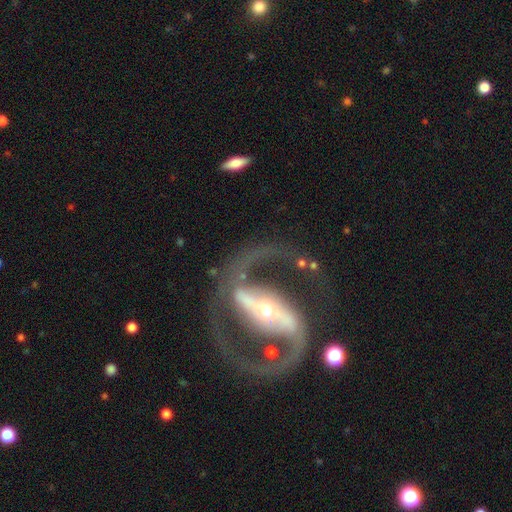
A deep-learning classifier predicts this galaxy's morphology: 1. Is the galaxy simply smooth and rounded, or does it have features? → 92% featured or disk, 4% star or artifact, 3% smooth.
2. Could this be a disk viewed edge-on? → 96% no, 4% yes.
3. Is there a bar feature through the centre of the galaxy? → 71% strong, 18% weak, 11% no.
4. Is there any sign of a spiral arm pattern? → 96% yes, 4% no.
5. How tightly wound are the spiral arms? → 62% medium, 22% loose, 17% tight.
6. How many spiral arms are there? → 94% 2, 2% can't tell, 1% 1, 1% 3, 1% 4, 1% more than 4.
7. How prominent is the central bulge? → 54% small, 40% moderate, 4% large, 1% dominant, 1% none.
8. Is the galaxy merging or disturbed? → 78% none, 10% minor disturbance, 9% major disturbance, 2% merger.